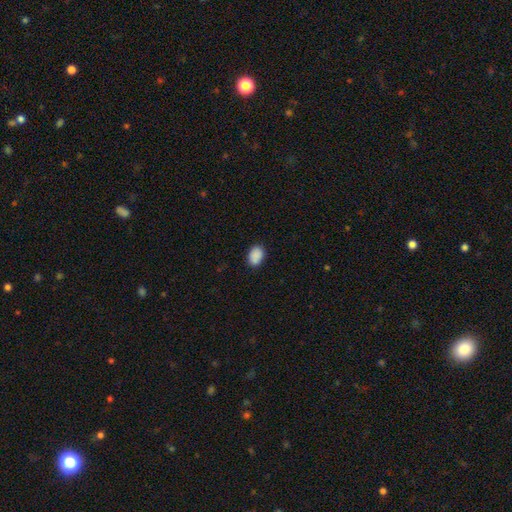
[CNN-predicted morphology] The model was most divided on "how rounded": in between: 81%, round: 18%, cigar-shaped: 1%. More confident: smooth or featured — smooth (88%); merging — none (82%).